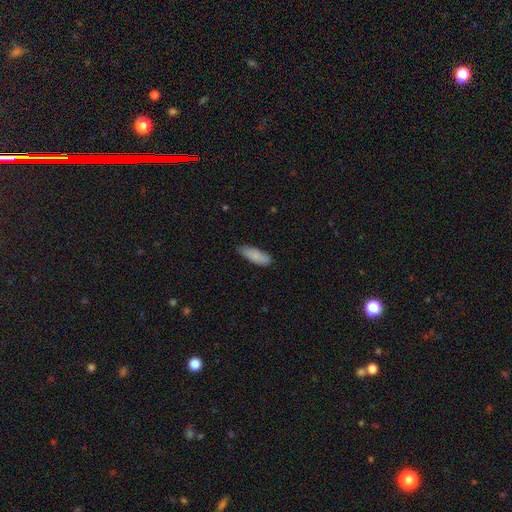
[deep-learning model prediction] A smooth galaxy with no disk features (86%) that is in between round and cigar-shaped (63%). Merging: none (73%).